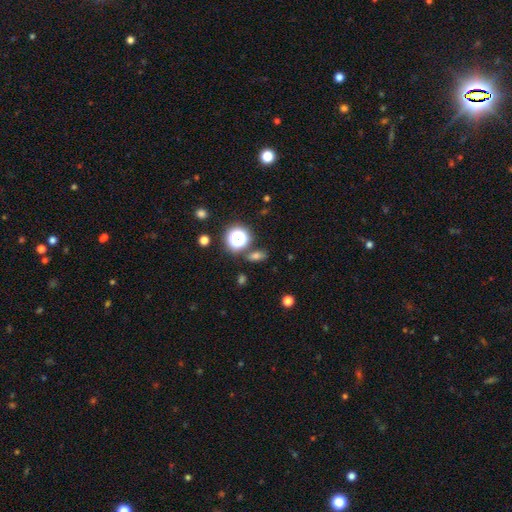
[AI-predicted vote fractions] Smooth or featured? smooth (67%)
How rounded? in between (66%)
Merging? none (82%)